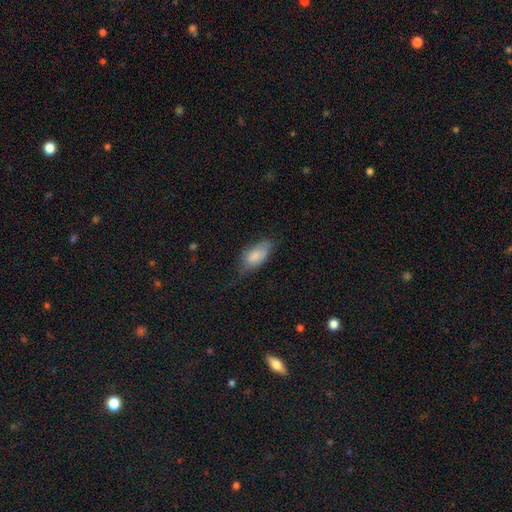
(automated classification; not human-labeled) A smooth galaxy with no disk features (81%) that is in between round and cigar-shaped (92%).

Vote fractions:
- Smooth or featured? smooth: 81% / featured or disk: 13% / star or artifact: 7%
- How rounded? in between: 92% / cigar-shaped: 5% / round: 3%
- Merging? none: 46% / minor disturbance: 37% / major disturbance: 15% / merger: 2%